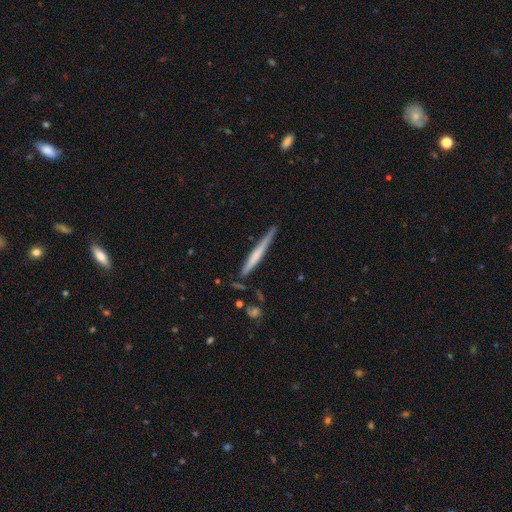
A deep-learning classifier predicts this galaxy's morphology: This appears to be a smooth galaxy with no disk features (48%). Merging: none (80%).